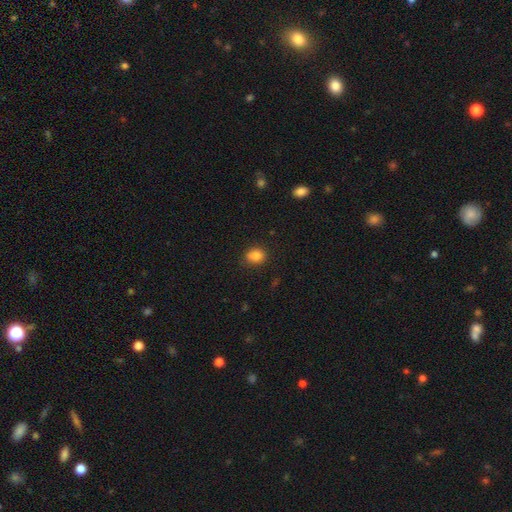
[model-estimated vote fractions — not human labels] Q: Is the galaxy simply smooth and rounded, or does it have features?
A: smooth — 82%.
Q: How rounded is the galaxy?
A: in between — 50%.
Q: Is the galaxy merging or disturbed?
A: none — 74%.